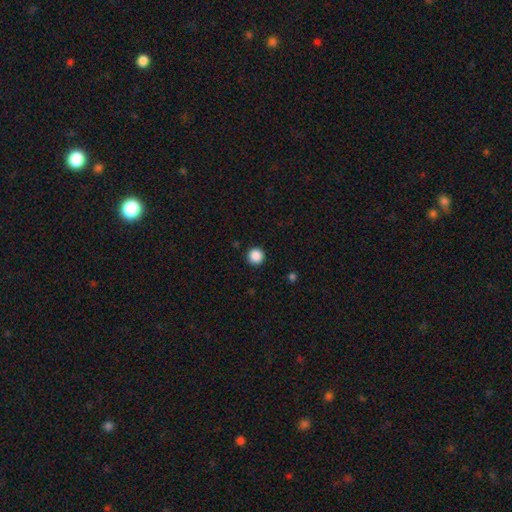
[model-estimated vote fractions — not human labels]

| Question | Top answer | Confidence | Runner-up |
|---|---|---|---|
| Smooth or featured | smooth | 88% | star or artifact (10%) |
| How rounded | round | 96% | in between (3%) |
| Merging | none | 92% | minor disturbance (5%) |